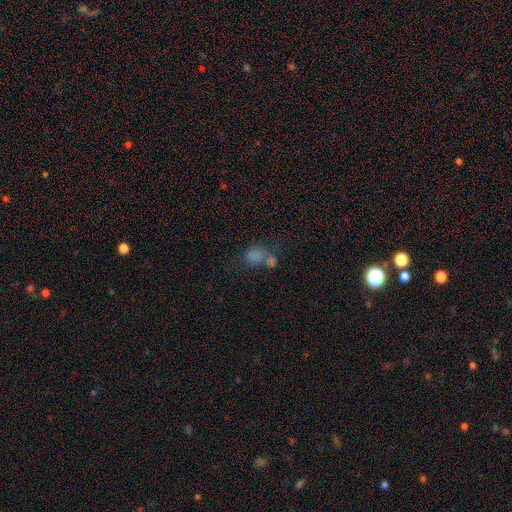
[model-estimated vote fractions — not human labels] Smooth or featured? smooth (70%)
How rounded? in between (59%)
Merging? merger (45%)